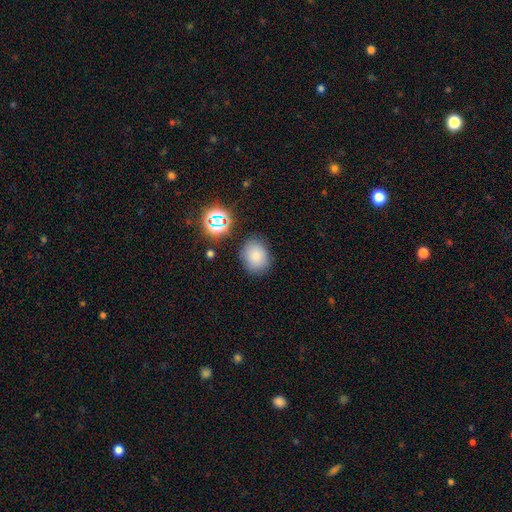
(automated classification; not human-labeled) Smooth or featured? smooth (79%)
How rounded? round (50%)
Merging? none (80%)